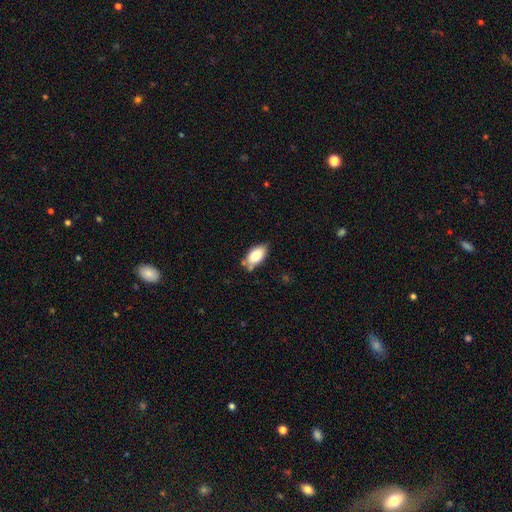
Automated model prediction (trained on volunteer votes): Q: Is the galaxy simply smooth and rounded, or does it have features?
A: smooth — 80%.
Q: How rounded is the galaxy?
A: in between — 93%.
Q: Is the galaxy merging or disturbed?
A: none — 69%.